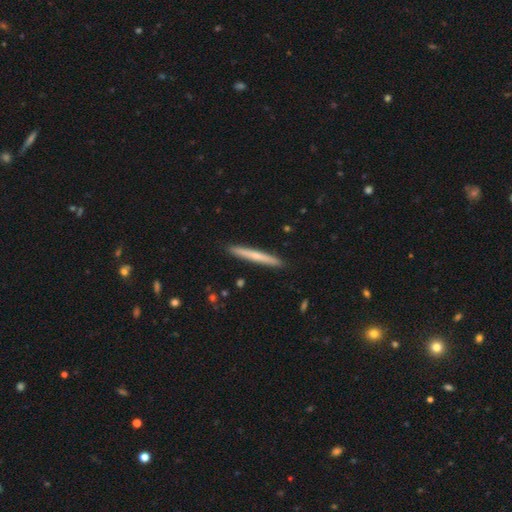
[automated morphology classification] Smooth or featured?
  - smooth: 57% *
  - featured or disk: 38%
  - star or artifact: 6%
How rounded?
  - cigar-shaped: 97% *
  - in between: 2%
  - round: 1%
Merging?
  - none: 92% *
  - minor disturbance: 6%
  - major disturbance: 1%
  - merger: 1%